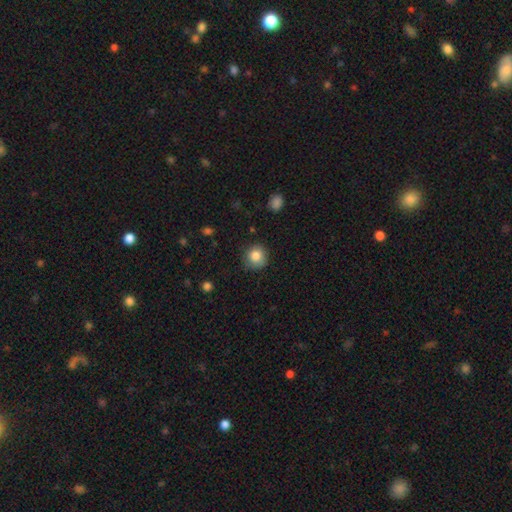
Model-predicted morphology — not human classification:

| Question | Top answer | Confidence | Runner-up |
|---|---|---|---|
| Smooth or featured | smooth | 83% | star or artifact (10%) |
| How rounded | round | 90% | in between (9%) |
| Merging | none | 82% | minor disturbance (14%) |